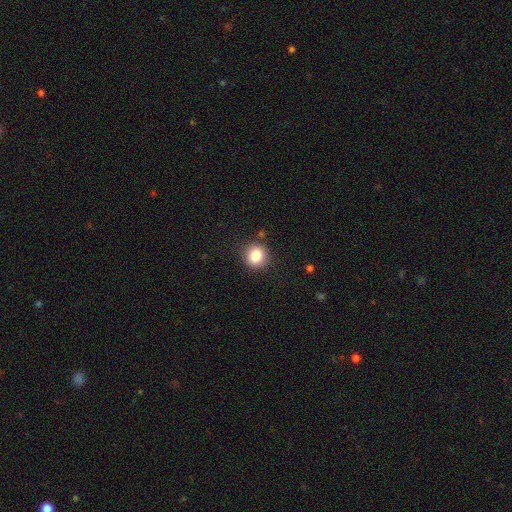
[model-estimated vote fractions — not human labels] A smooth galaxy with no disk features (83%) that is round (91%).

Vote fractions:
- Smooth or featured? smooth: 83% / star or artifact: 11% / featured or disk: 6%
- How rounded? round: 91% / in between: 8% / cigar-shaped: 1%
- Merging? none: 88% / minor disturbance: 8% / major disturbance: 2% / merger: 2%